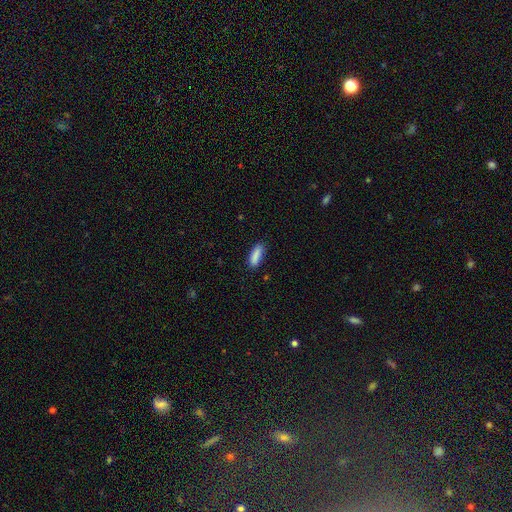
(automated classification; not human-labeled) smooth_or_featured: smooth (p=0.87) [alt: star or artifact p=0.07]
how_rounded: in between (p=0.51) [alt: cigar-shaped p=0.47]
merging: none (p=0.81) [alt: minor disturbance p=0.14]